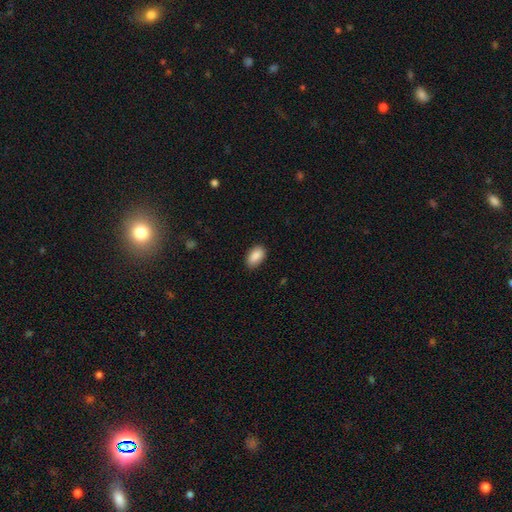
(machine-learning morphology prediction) smooth_or_featured: smooth (p=0.90) [alt: star or artifact p=0.07]
how_rounded: in between (p=0.93) [alt: round p=0.06]
merging: none (p=0.85) [alt: minor disturbance p=0.11]